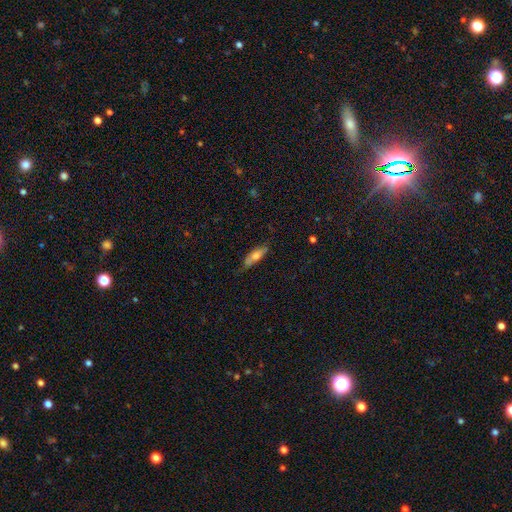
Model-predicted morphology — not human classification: Smooth or featured: smooth — 63% (featured or disk — 30%)
How rounded: in between — 53% (cigar-shaped — 45%)
Merging: none — 64% (minor disturbance — 27%)